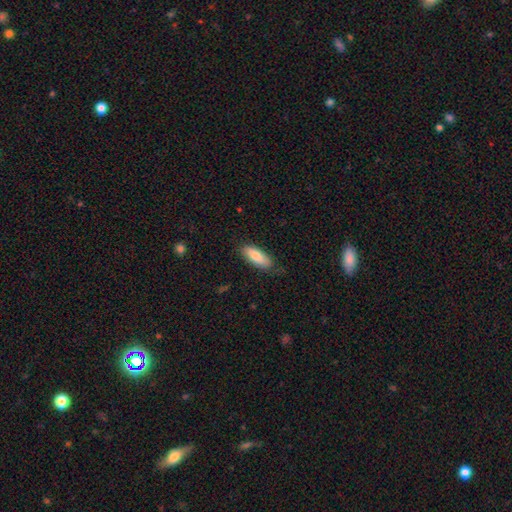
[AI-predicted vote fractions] A smooth galaxy with no disk features (81%) that is in between round and cigar-shaped (72%).

Vote fractions:
- Smooth or featured? smooth: 81% / featured or disk: 13% / star or artifact: 6%
- How rounded? in between: 72% / cigar-shaped: 27% / round: 2%
- Merging? none: 77% / minor disturbance: 18% / major disturbance: 3% / merger: 1%